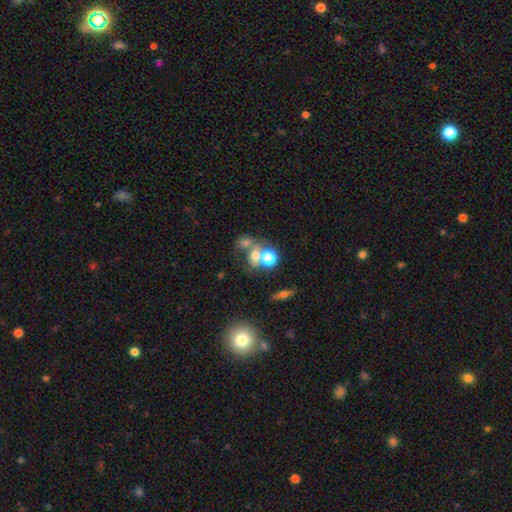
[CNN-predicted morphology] The model was most divided on "merging": merger: 50%, none: 34%, minor disturbance: 9%, major disturbance: 8%. More confident: smooth or featured — smooth (61%); how rounded — round (60%).